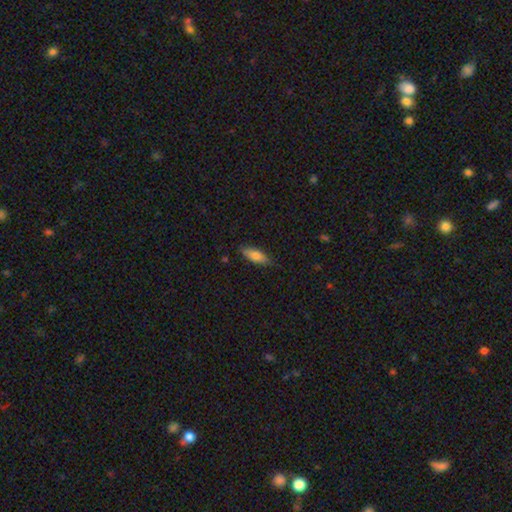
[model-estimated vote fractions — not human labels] This is likely a smooth galaxy (76%). How rounded: likely in between (68%). Merging: clearly none (80%).